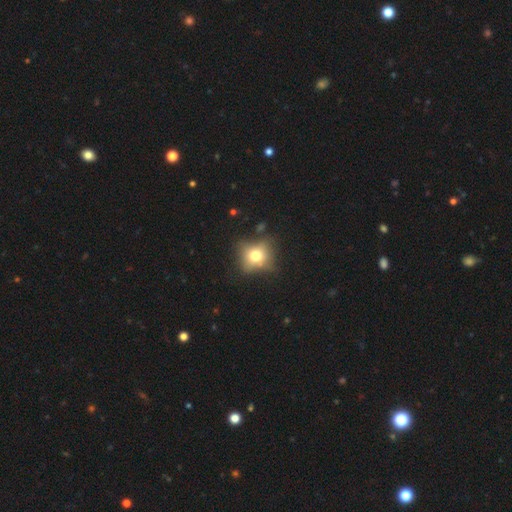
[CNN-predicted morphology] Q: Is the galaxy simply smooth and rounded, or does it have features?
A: smooth — 65%.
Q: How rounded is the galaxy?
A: round — 69%.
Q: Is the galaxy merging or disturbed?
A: none — 64%.